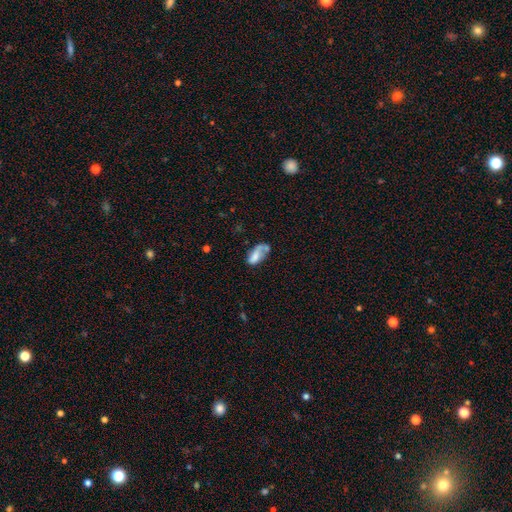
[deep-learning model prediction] This is likely a smooth galaxy (60%). How rounded: clearly in between (89%). Merging: marginally none (30%).